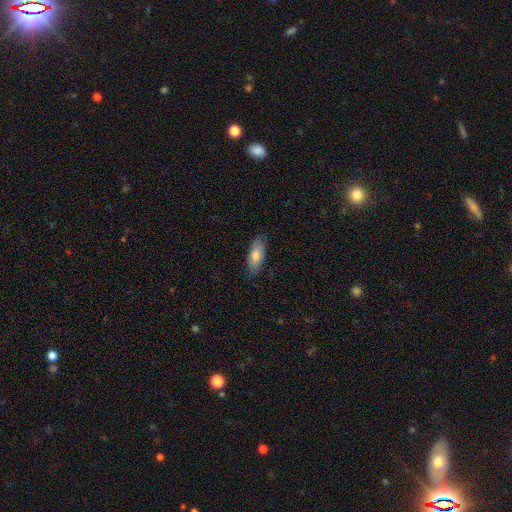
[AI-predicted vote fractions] A smooth galaxy with no disk features (74%) that is in between round and cigar-shaped (81%). Merging: none (86%).